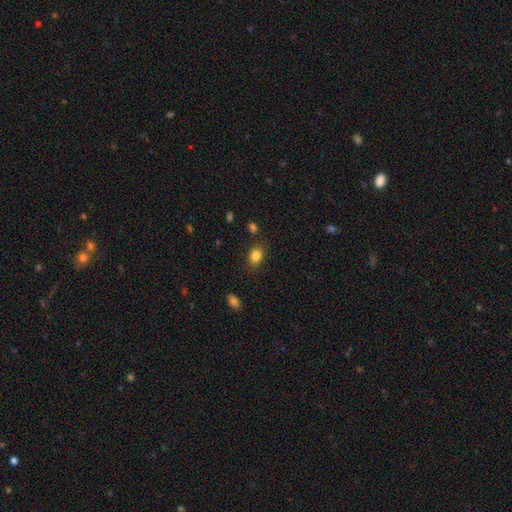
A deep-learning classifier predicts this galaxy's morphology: Smooth or featured: smooth — 85% (star or artifact — 9%)
How rounded: in between — 80% (round — 19%)
Merging: none — 83% (minor disturbance — 12%)